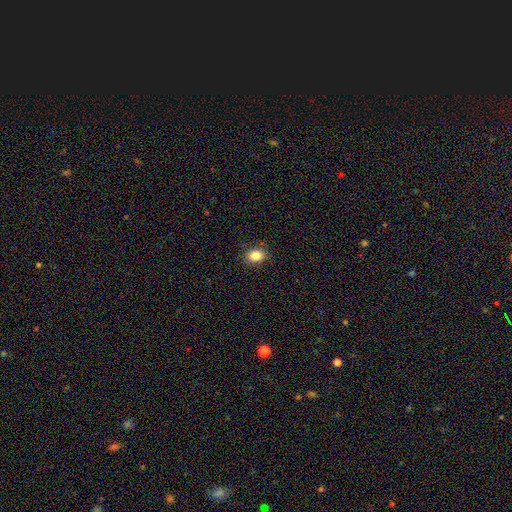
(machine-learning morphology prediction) Smooth or featured?
  - smooth: 84% *
  - star or artifact: 10%
  - featured or disk: 6%
How rounded?
  - in between: 59% *
  - round: 40%
  - cigar-shaped: 1%
Merging?
  - none: 88% *
  - minor disturbance: 9%
  - major disturbance: 2%
  - merger: 1%